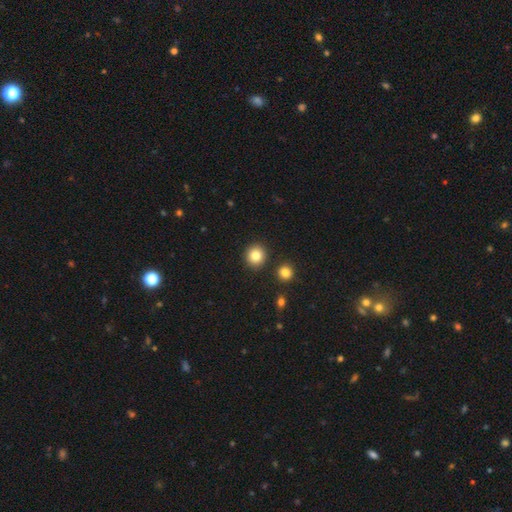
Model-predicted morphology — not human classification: Smooth or featured?
  - smooth: 83% *
  - star or artifact: 10%
  - featured or disk: 6%
How rounded?
  - round: 91% *
  - in between: 8%
  - cigar-shaped: 1%
Merging?
  - none: 90% *
  - minor disturbance: 5%
  - merger: 3%
  - major disturbance: 2%